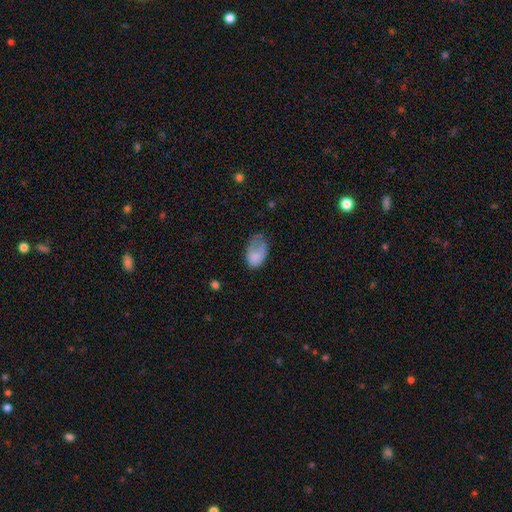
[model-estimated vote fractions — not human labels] Overall: smooth (77%). How rounded: in between (89%). Merging: minor disturbance (37%; major disturbance 33%).